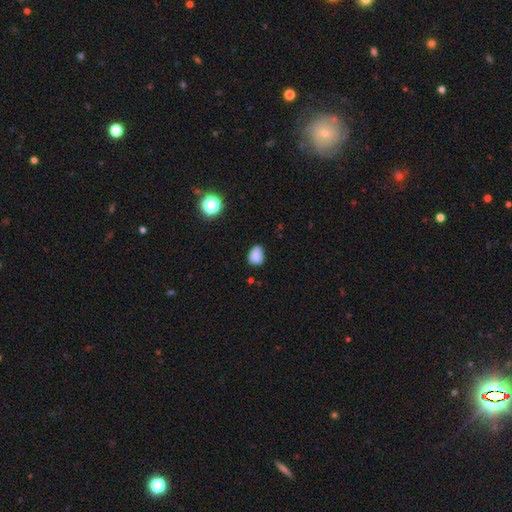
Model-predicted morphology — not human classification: type=smooth (79%); roundness=in between (63%); merging=none (59%).